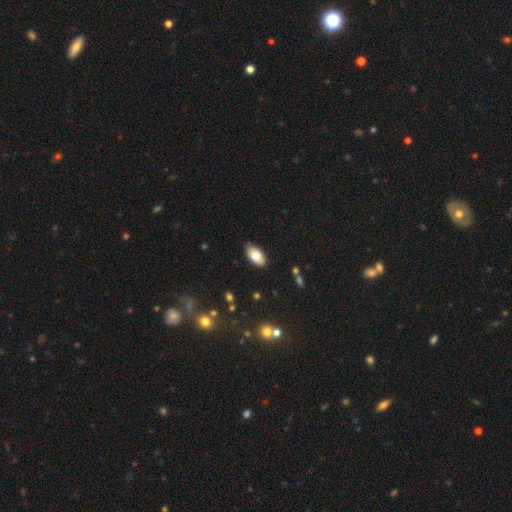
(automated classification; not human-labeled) Smooth or featured? Predicted: smooth (p=0.76). How rounded? Predicted: in between (p=0.94). Merging? Predicted: none (p=0.84).